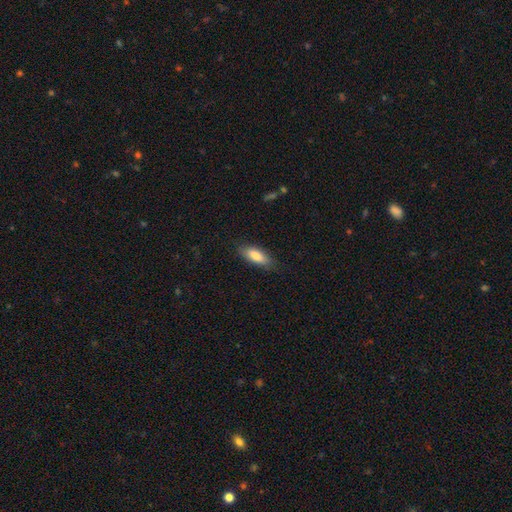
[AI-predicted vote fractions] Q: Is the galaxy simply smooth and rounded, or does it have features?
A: smooth — 82%.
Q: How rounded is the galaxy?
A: in between — 69%.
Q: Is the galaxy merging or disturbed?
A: none — 82%.